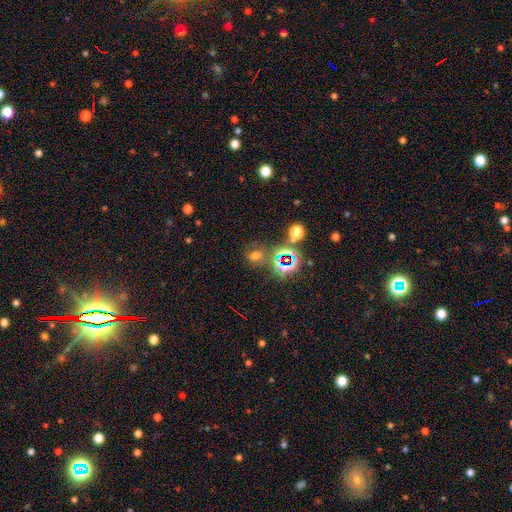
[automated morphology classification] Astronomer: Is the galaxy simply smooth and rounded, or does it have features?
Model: smooth — 49% (runner-up: star or artifact, 42%).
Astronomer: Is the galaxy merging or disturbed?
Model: none — 67%.